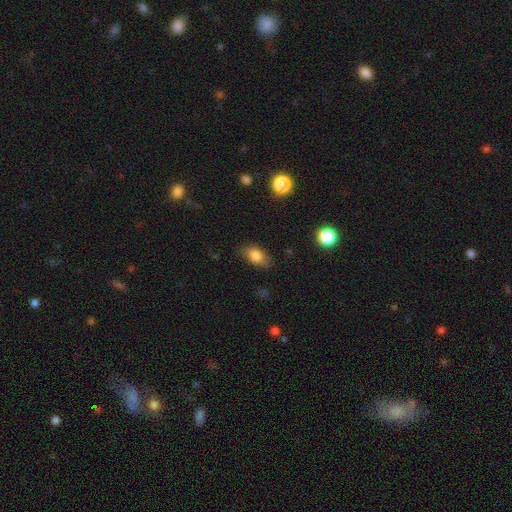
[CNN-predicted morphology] smooth 82%, featured or disk 9%, star or artifact 9%. Down the decision tree: how rounded — in between (87%); merging — none (78%).